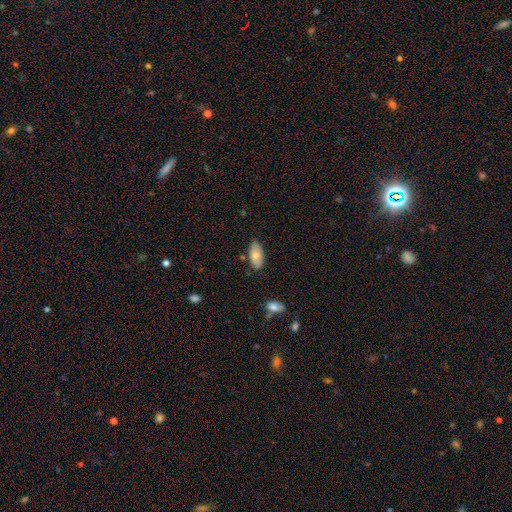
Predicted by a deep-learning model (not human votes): smooth_or_featured: smooth (p=0.77) [alt: featured or disk p=0.16]
how_rounded: in between (p=0.93) [alt: cigar-shaped p=0.05]
merging: none (p=0.77) [alt: minor disturbance p=0.17]